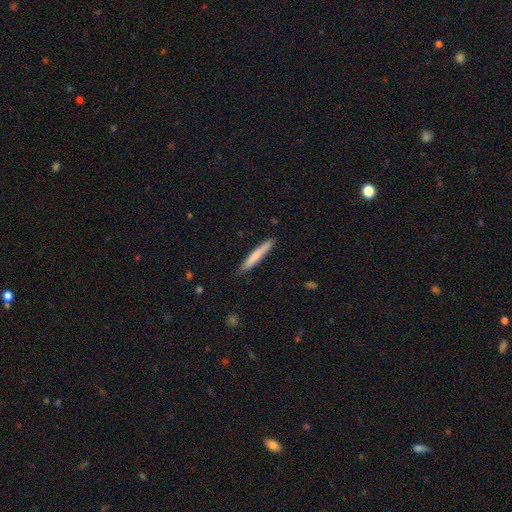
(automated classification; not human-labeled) The model was most divided on "smooth or featured": smooth: 73%, featured or disk: 22%, star or artifact: 5%. More confident: how rounded — cigar-shaped (95%); merging — none (87%).